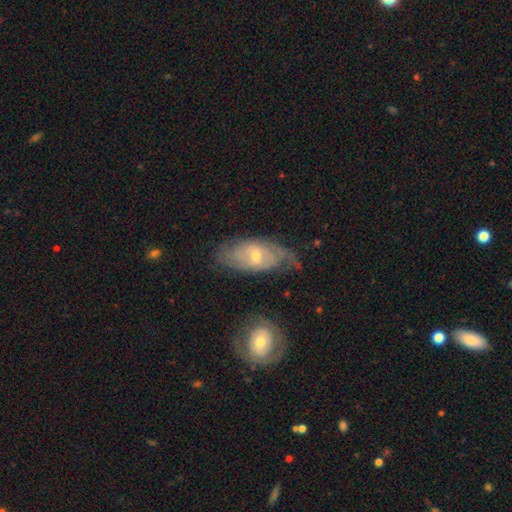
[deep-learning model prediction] Morphology: type=featured or disk (70%); edge-on=no (90%); bar=no (49%); spiral arms=yes (81%); winding=tight (51%); arm count=can't tell (43%); bulge=moderate (52%); merging=none (56%).